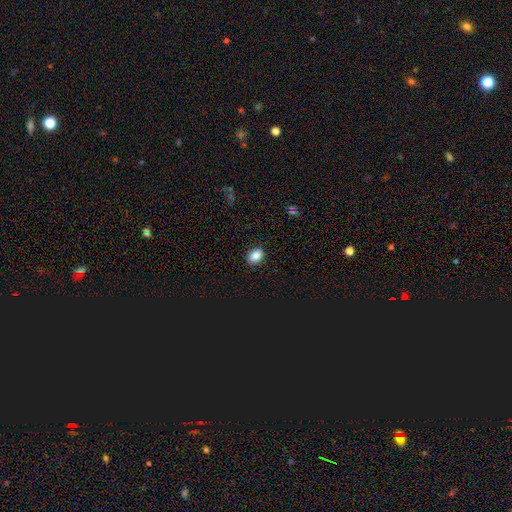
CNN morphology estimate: Smooth or featured? Predicted: smooth (p=0.85). How rounded? Predicted: in between (p=0.69). Merging? Predicted: none (p=0.88).